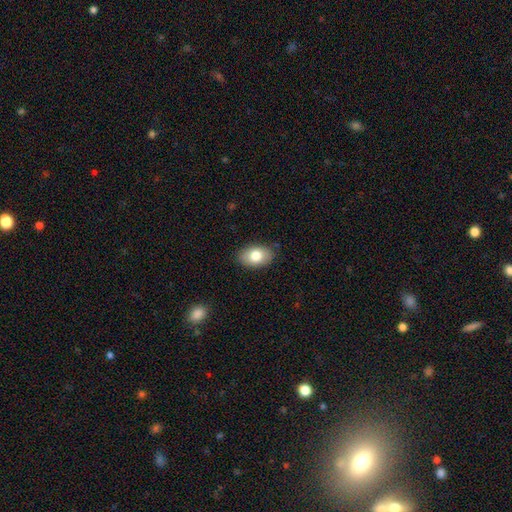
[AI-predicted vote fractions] Smooth or featured?
  - smooth: 79% *
  - featured or disk: 14%
  - star or artifact: 7%
How rounded?
  - in between: 89% *
  - round: 10%
  - cigar-shaped: 1%
Merging?
  - none: 85% *
  - minor disturbance: 12%
  - major disturbance: 2%
  - merger: 1%